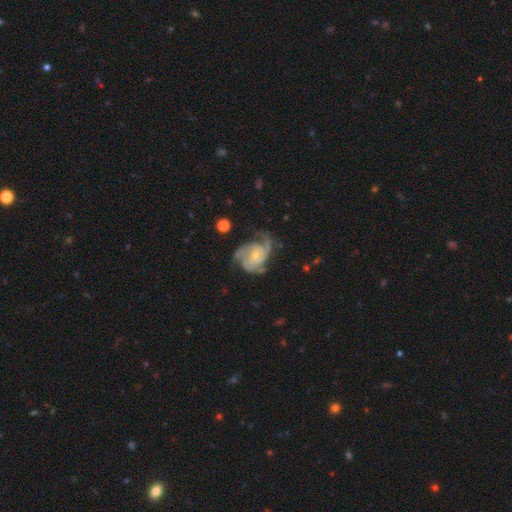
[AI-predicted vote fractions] This appears to be a featured or disk galaxy (86%) with no bar (72%), 3 (41%) medium (47%) spiral arms (96%) and a small central bulge (66%). Merging: none (53%).